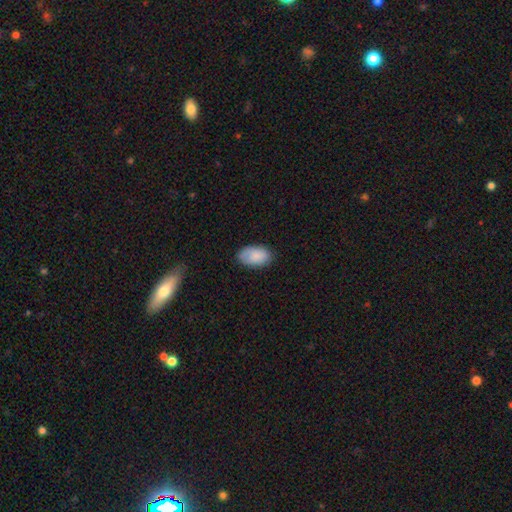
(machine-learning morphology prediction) This is clearly a smooth galaxy (86%). How rounded: clearly in between (94%). Merging: clearly none (81%).